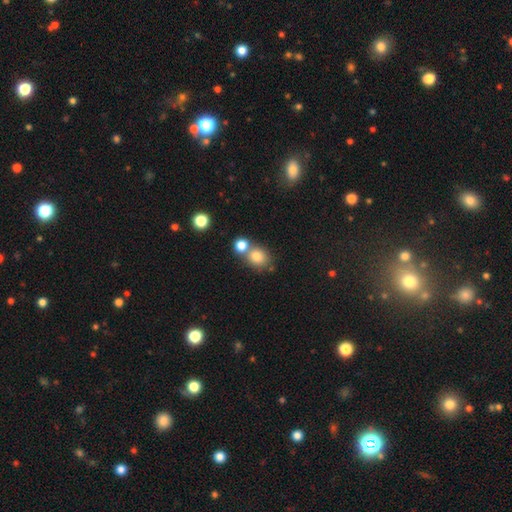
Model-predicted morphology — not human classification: Smooth or featured: smooth — 80% (star or artifact — 12%)
How rounded: round — 73% (in between — 26%)
Merging: none — 53% (merger — 35%)